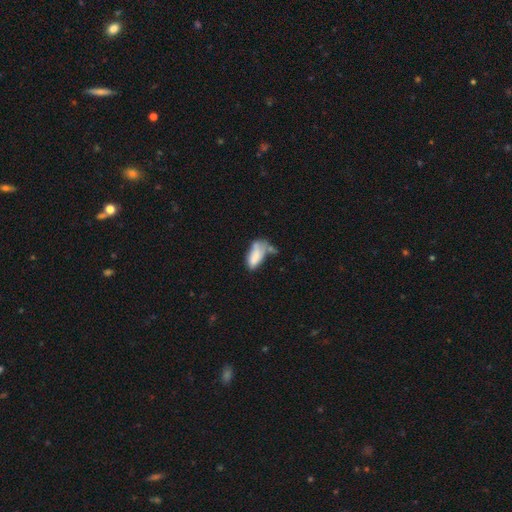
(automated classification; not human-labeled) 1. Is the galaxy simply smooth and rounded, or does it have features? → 71% smooth, 19% featured or disk, 9% star or artifact.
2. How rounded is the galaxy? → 86% in between, 11% cigar-shaped, 3% round.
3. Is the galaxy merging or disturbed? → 27% minor disturbance, 26% none, 25% merger, 22% major disturbance.